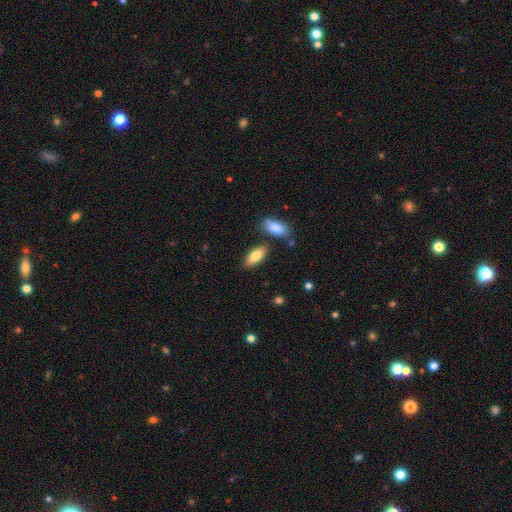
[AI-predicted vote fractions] Morphology: type=smooth (82%); roundness=in between (84%); merging=none (78%).